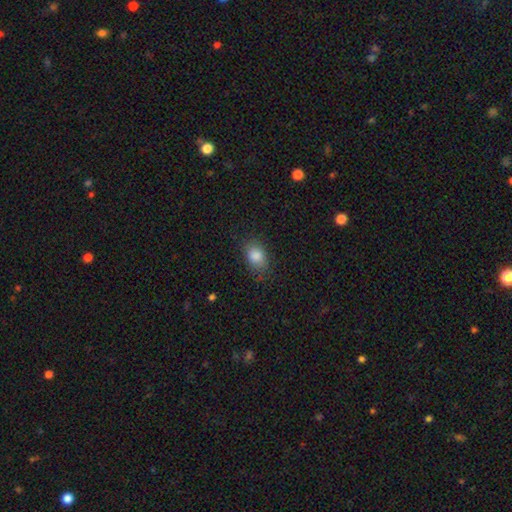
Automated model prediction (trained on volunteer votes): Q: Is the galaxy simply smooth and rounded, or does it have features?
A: smooth — 85%.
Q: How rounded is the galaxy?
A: in between — 80%.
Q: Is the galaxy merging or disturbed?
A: none — 76%.